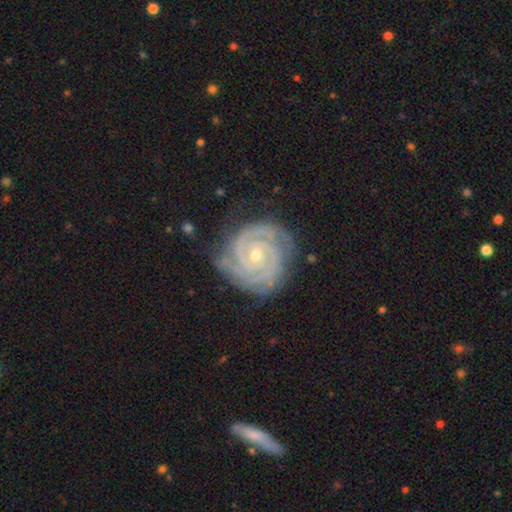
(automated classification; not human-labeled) This appears to be a featured or disk galaxy (93%) with no bar (64%), 2 (47%) tight (87%) spiral arms (99%) and a small central bulge (65%). Merging: none (78%).